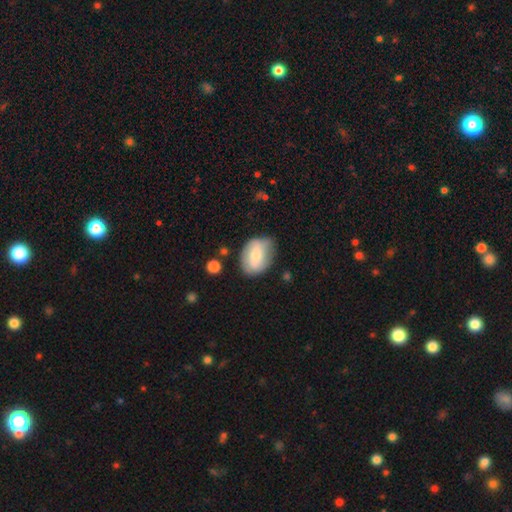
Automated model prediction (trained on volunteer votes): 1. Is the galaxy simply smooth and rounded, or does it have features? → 64% smooth, 30% featured or disk, 7% star or artifact.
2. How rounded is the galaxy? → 75% in between, 24% round, 1% cigar-shaped.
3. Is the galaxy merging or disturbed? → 63% none, 27% minor disturbance, 7% major disturbance, 3% merger.